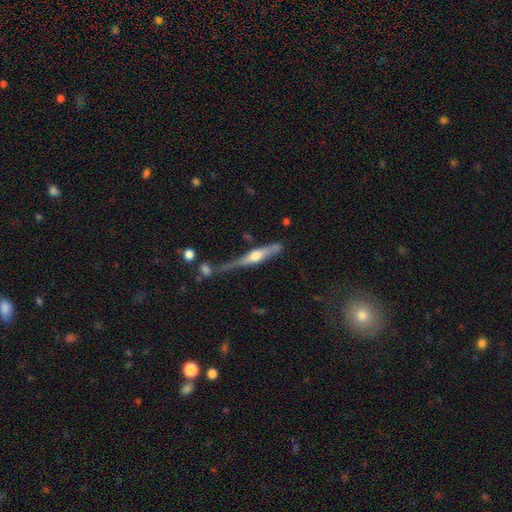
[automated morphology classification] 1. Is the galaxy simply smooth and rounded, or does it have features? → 62% featured or disk, 32% smooth, 6% star or artifact.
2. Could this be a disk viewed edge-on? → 92% yes, 8% no.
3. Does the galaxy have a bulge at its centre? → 90% rounded, 5% boxy, 5% none.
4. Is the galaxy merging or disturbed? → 48% none, 25% minor disturbance, 14% merger, 13% major disturbance.